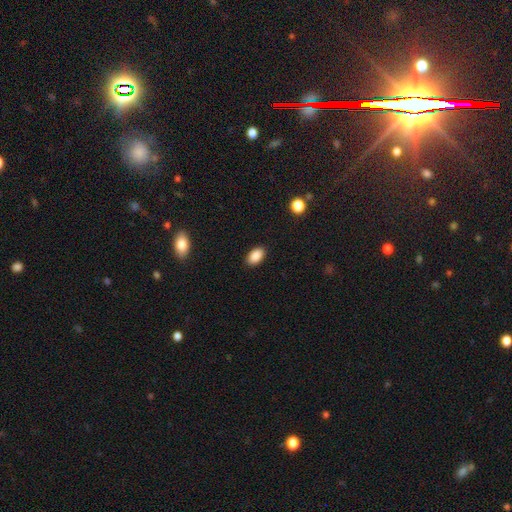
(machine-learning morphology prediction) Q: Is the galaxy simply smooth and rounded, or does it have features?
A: smooth — 88%.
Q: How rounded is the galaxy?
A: in between — 92%.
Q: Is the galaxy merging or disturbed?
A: none — 89%.